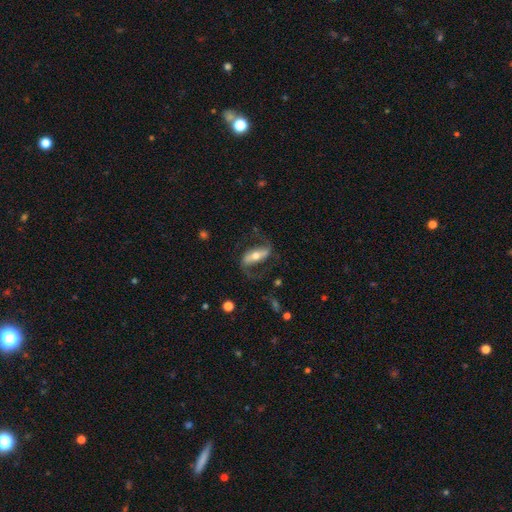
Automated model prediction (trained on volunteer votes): featured or disk 77%, smooth 17%, star or artifact 6%. Down the decision tree: edge-on disk — no (88%); bar — strong (60%); spiral arms — yes (90%); spiral arm count — 2 (90%); spiral winding — loose (53%); bulge size — moderate (60%); merging — none (68%).